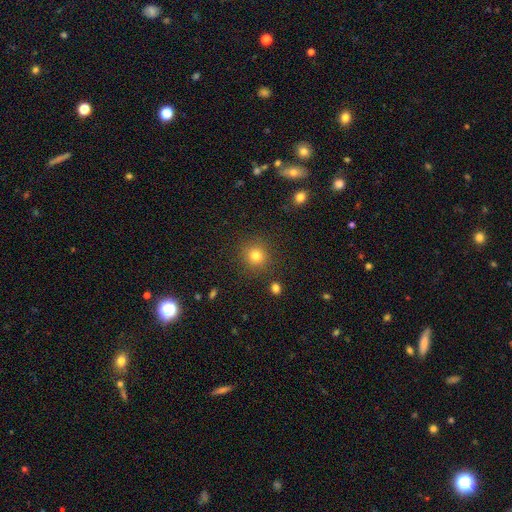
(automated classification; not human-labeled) A smooth galaxy with no disk features (79%) that is round (92%). Merging: none (88%).